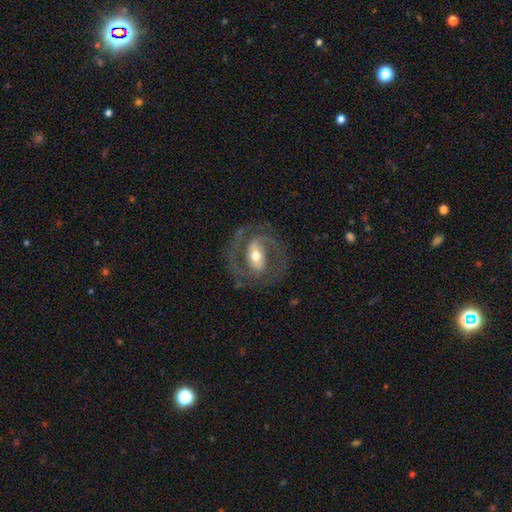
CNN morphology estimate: smooth_or_featured: featured or disk (p=0.83) [alt: smooth p=0.12]
disk_edge_on: no (p=0.96) [alt: yes p=0.04]
bar: strong (p=0.43) [alt: weak p=0.35]
has_spiral_arms: yes (p=0.86) [alt: no p=0.14]
spiral_winding: medium (p=0.52) [alt: tight p=0.33]
spiral_arm_count: 2 (p=0.87) [alt: can't tell p=0.06]
bulge_size: moderate (p=0.66) [alt: small p=0.21]
merging: none (p=0.75) [alt: minor disturbance p=0.13]